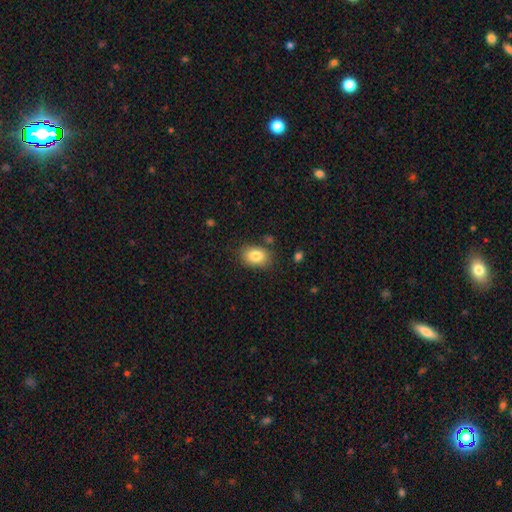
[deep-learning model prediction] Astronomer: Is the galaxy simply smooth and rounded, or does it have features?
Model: smooth — 84%.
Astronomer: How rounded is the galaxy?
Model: in between — 78%.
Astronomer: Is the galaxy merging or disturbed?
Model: none — 80%.